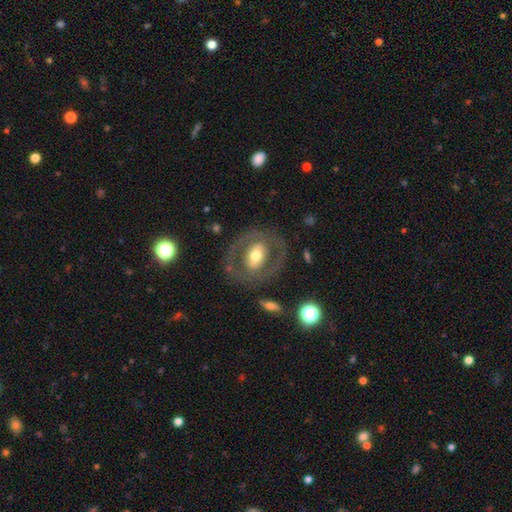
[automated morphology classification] Q: Smooth or featured?
A: featured or disk (63%); runner-up: smooth (31%)
Q: Edge-on disk?
A: no (93%); runner-up: yes (7%)
Q: Bar?
A: no (43%); runner-up: weak (29%)
Q: Spiral arms?
A: no (70%); runner-up: yes (30%)
Q: Bulge size?
A: moderate (65%); runner-up: large (17%)
Q: Merging?
A: none (74%); runner-up: minor disturbance (13%)